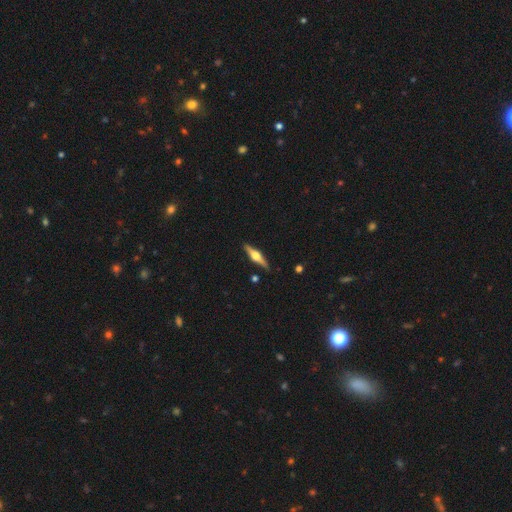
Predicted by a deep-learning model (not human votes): featured or disk 76%, smooth 19%, star or artifact 5%. Down the decision tree: edge-on disk — yes (98%); edge-on bulge — rounded (94%); merging — none (90%).